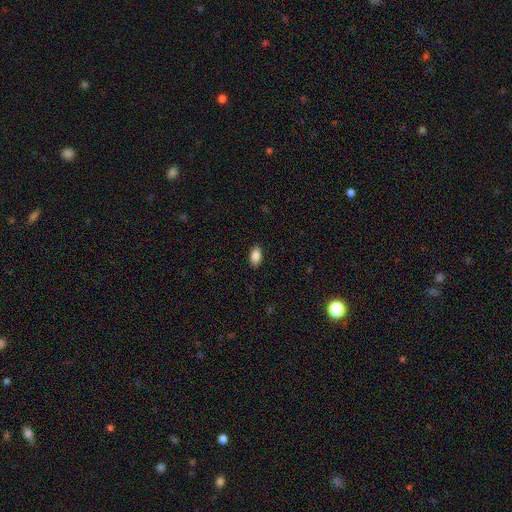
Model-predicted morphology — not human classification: A smooth galaxy with no disk features (88%) that is in between round and cigar-shaped (92%).

Vote fractions:
- Smooth or featured? smooth: 88% / star or artifact: 7% / featured or disk: 4%
- How rounded? in between: 92% / round: 4% / cigar-shaped: 3%
- Merging? none: 89% / minor disturbance: 8% / major disturbance: 2% / merger: 1%